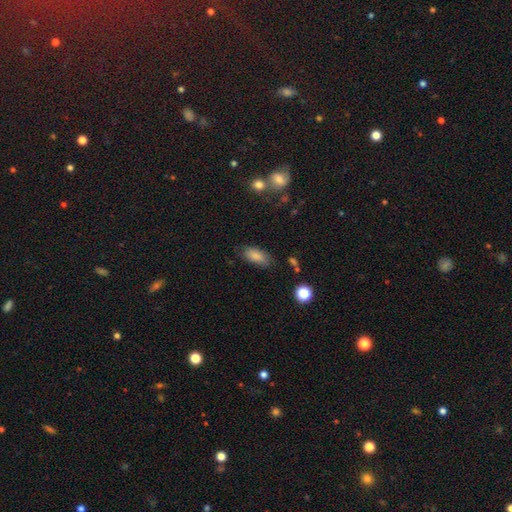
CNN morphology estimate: Overall: smooth (84%). How rounded: in between (89%). Merging: none (74%).